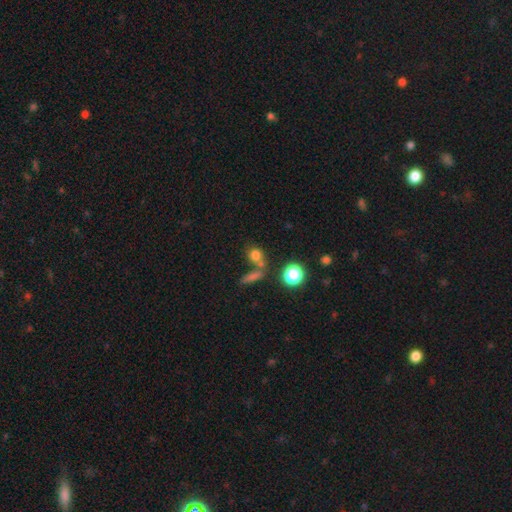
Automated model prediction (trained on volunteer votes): smooth_or_featured: smooth (p=0.74) [alt: star or artifact p=0.17]
how_rounded: round (p=0.67) [alt: in between p=0.29]
merging: none (p=0.52) [alt: merger p=0.31]